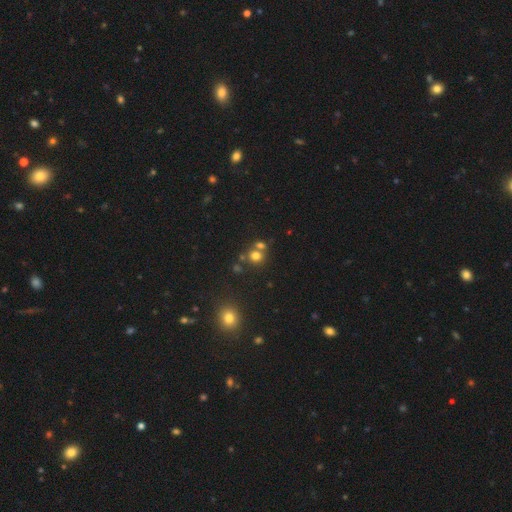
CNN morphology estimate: smooth-or-featured: smooth: 71% | star or artifact: 18% | featured or disk: 11%
  how-rounded: round: 83% | in between: 16% | cigar-shaped: 1%
  merging: none: 55% | merger: 34% | minor disturbance: 7% | major disturbance: 3%